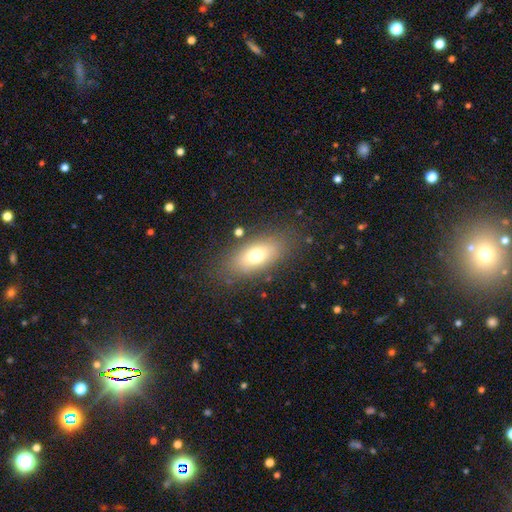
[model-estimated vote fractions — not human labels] Smooth or featured? Predicted: smooth (p=0.69). How rounded? Predicted: in between (p=0.83). Merging? Predicted: none (p=0.80).